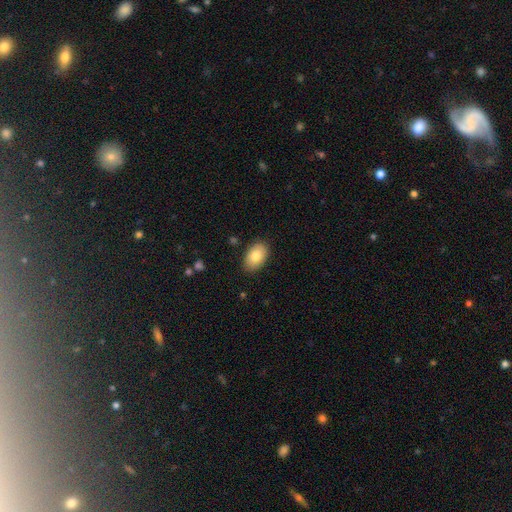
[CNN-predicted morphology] smooth_or_featured: smooth (p=0.83) [alt: featured or disk p=0.10]
how_rounded: in between (p=0.91) [alt: round p=0.08]
merging: none (p=0.87) [alt: minor disturbance p=0.10]